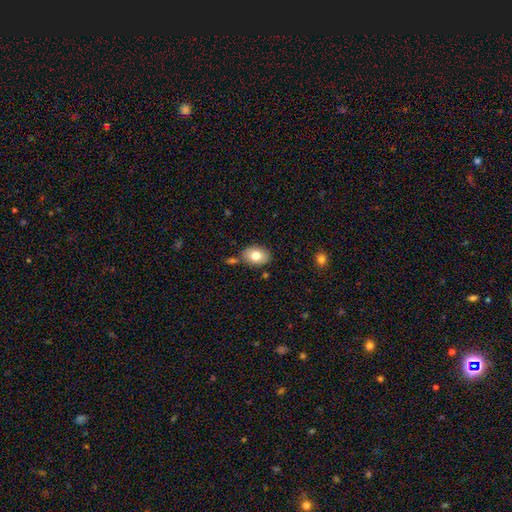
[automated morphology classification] The model was most divided on "how rounded": in between: 75%, round: 24%, cigar-shaped: 1%. More confident: smooth or featured — smooth (79%); merging — none (76%).